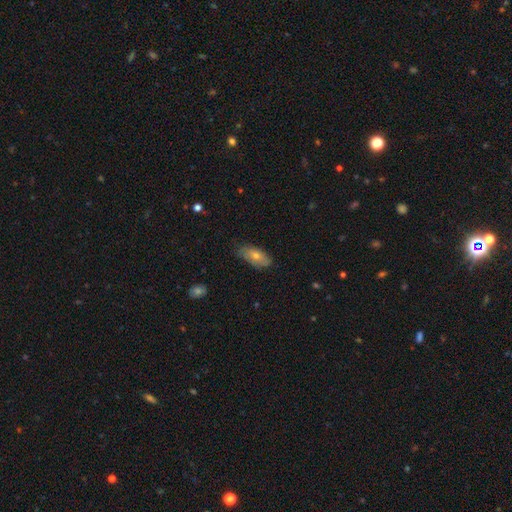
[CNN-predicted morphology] smooth-or-featured: smooth: 56% | featured or disk: 34% | star or artifact: 10%
  how-rounded: in between: 83% | cigar-shaped: 13% | round: 4%
  merging: none: 73% | minor disturbance: 22% | major disturbance: 4% | merger: 1%